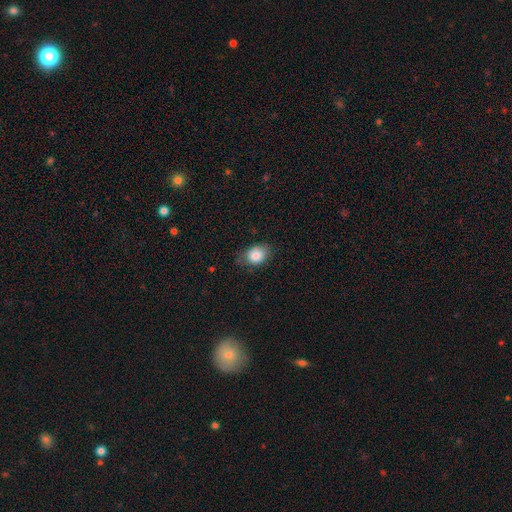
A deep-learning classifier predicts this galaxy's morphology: Q: Smooth or featured?
A: smooth (83%); runner-up: star or artifact (9%)
Q: How rounded?
A: in between (56%); runner-up: round (43%)
Q: Merging?
A: none (67%); runner-up: minor disturbance (26%)